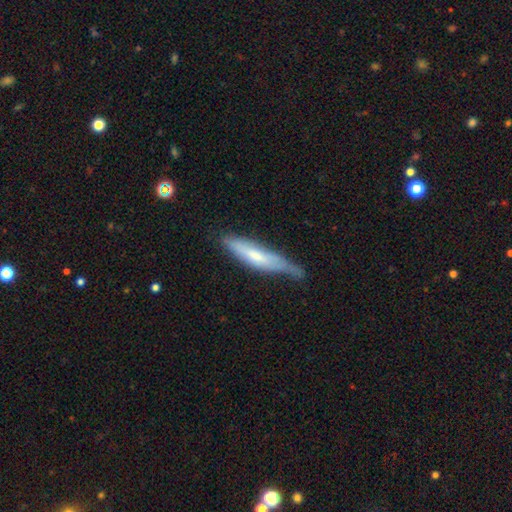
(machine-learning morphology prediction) smooth_or_featured: smooth (p=0.57) [alt: featured or disk p=0.37]
how_rounded: cigar-shaped (p=0.81) [alt: in between p=0.17]
merging: none (p=0.43) [alt: minor disturbance p=0.40]